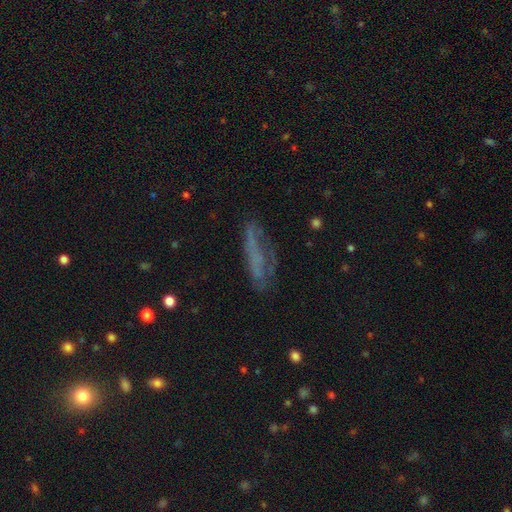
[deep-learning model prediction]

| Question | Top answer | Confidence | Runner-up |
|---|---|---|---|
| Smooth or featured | smooth | 44% | featured or disk (40%) |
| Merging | none | 58% | minor disturbance (24%) |